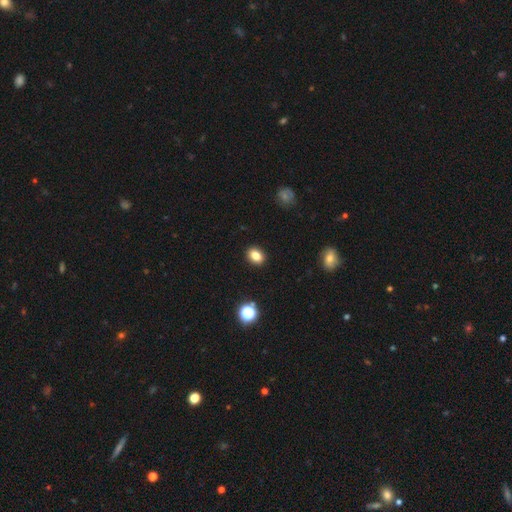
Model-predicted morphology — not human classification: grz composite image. It shows a smooth galaxy with no disk features (82%) that is in between round and cigar-shaped (68%). Merging: none (90%).